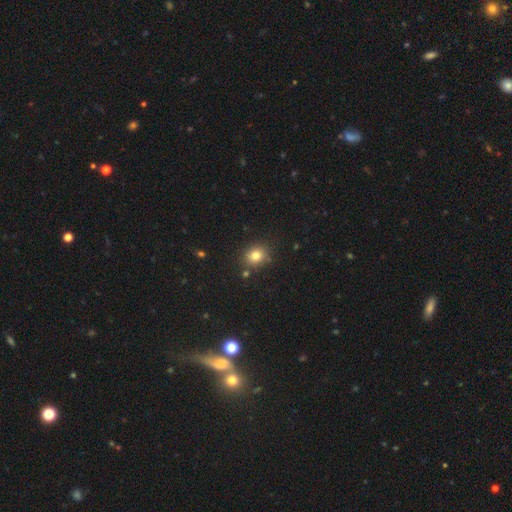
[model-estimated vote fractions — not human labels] Smooth or featured? smooth (79%)
How rounded? round (69%)
Merging? none (82%)